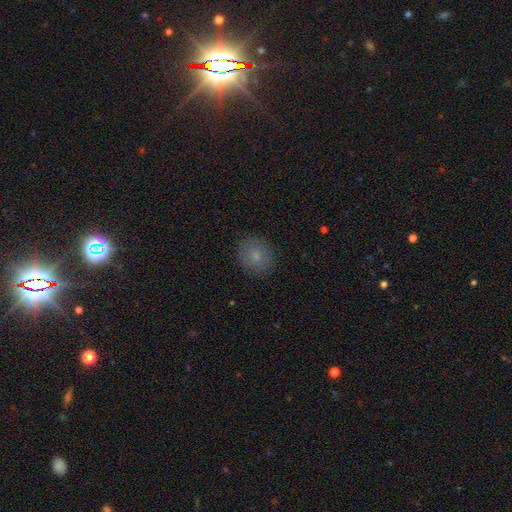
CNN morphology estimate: smooth_or_featured: smooth (p=0.79) [alt: featured or disk p=0.11]
how_rounded: round (p=0.75) [alt: in between p=0.24]
merging: none (p=0.86) [alt: minor disturbance p=0.10]